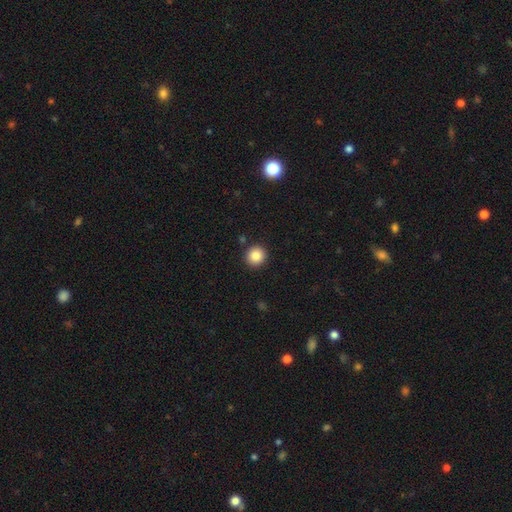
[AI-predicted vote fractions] smooth 86%, star or artifact 10%, featured or disk 5%. Down the decision tree: how rounded — round (93%); merging — none (91%).